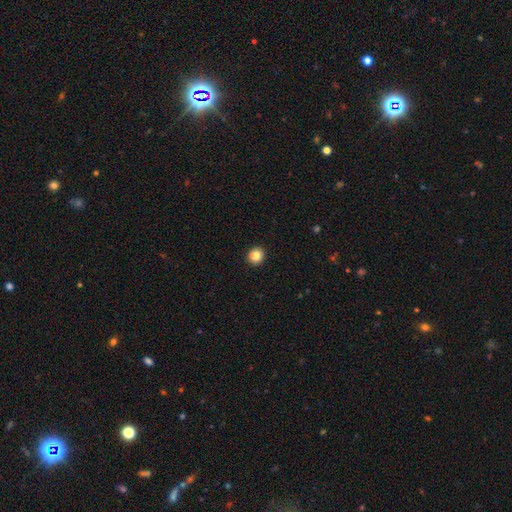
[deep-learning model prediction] Smooth or featured? smooth (85%)
How rounded? round (83%)
Merging? none (90%)